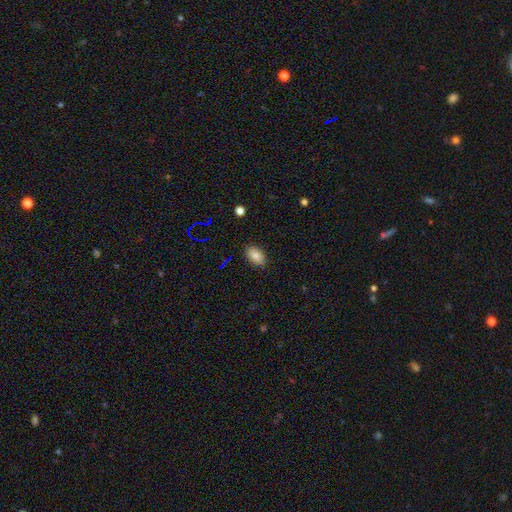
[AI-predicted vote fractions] A smooth galaxy with no disk features (83%) that is in between round and cigar-shaped (91%). Merging: none (87%).